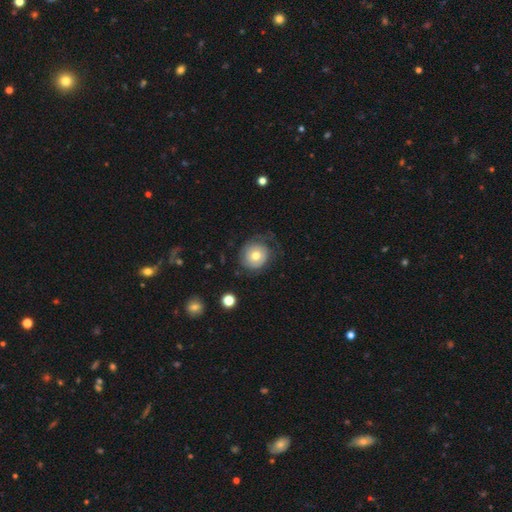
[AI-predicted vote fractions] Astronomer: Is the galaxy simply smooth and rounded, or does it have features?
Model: smooth — 53% (runner-up: featured or disk, 40%).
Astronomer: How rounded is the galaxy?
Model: round — 85%.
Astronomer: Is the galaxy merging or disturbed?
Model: none — 60%.